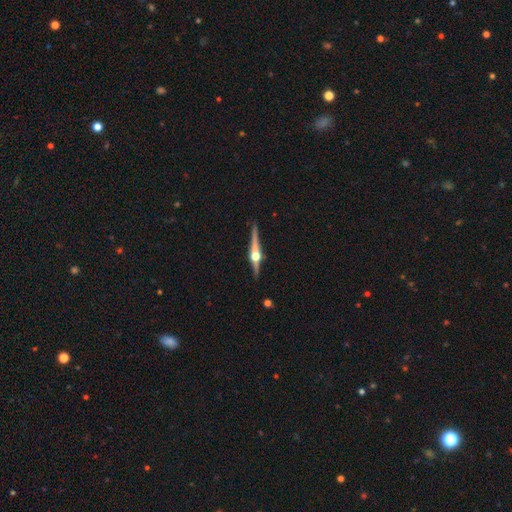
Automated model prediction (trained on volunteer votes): smooth_or_featured: featured or disk (p=0.85) [alt: smooth p=0.09]
disk_edge_on: yes (p=0.98) [alt: no p=0.02]
edge_on_bulge: rounded (p=0.96) [alt: boxy p=0.02]
merging: none (p=0.88) [alt: minor disturbance p=0.08]